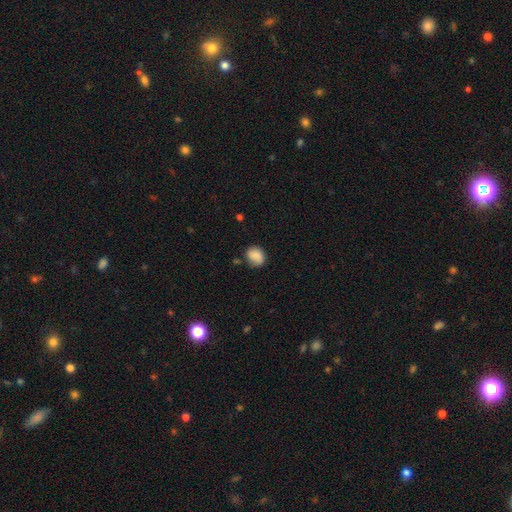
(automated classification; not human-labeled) smooth 82%, featured or disk 9%, star or artifact 9%. Down the decision tree: how rounded — round (52%); merging — none (68%).